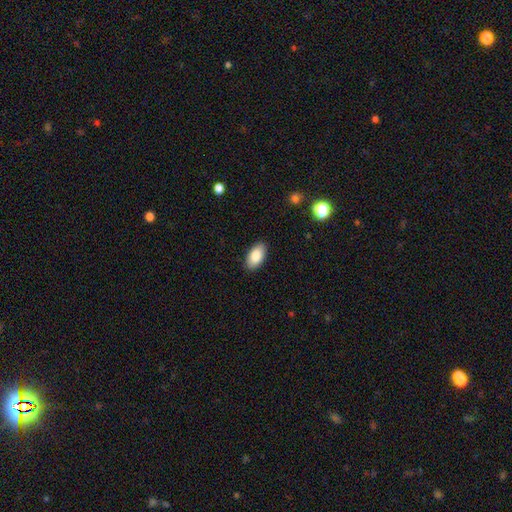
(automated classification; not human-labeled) smooth_or_featured: smooth (p=0.85) [alt: featured or disk p=0.08]
how_rounded: in between (p=0.94) [alt: round p=0.03]
merging: none (p=0.89) [alt: minor disturbance p=0.08]